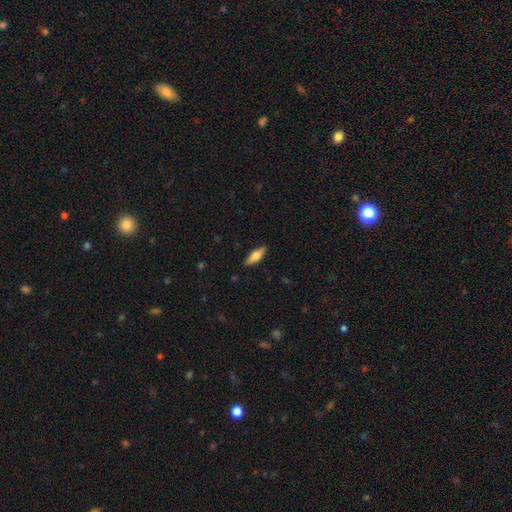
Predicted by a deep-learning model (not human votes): smooth 68%, featured or disk 26%, star or artifact 6%. Down the decision tree: how rounded — in between (62%); merging — none (89%).